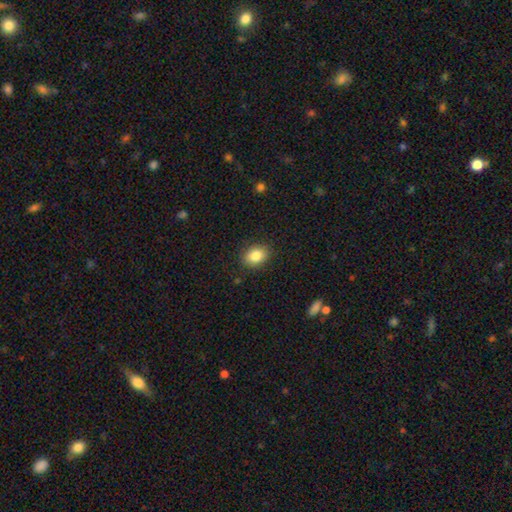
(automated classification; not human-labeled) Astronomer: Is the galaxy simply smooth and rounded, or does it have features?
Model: smooth — 85%.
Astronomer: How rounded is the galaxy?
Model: in between — 67%.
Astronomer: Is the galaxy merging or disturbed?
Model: none — 87%.